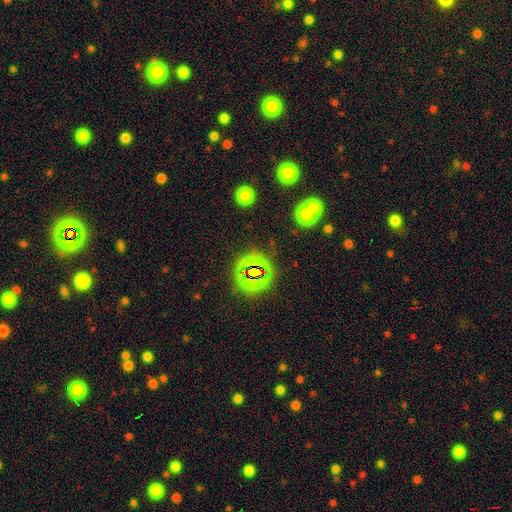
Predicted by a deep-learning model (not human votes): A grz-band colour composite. It shows a star or artifact, not a galaxy (73%).